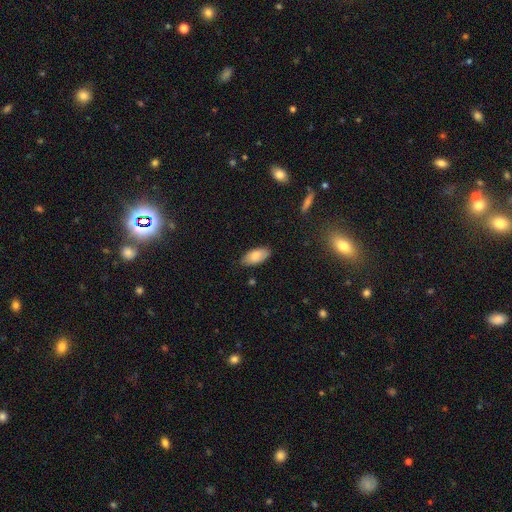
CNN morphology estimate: The model was most divided on "merging": none: 83%, minor disturbance: 14%, major disturbance: 2%, merger: 1%. More confident: how rounded — in between (93%); smooth or featured — smooth (82%).